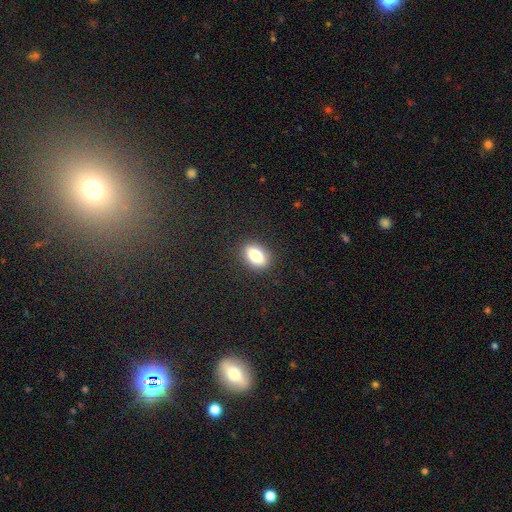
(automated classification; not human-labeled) Morphology: type=smooth (80%); roundness=in between (84%); merging=none (87%).